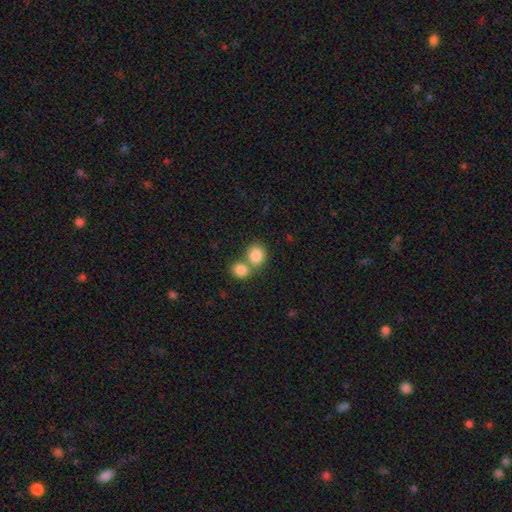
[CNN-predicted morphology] A smooth galaxy with no disk features (84%) that is round (71%). Merging: merger (48%).